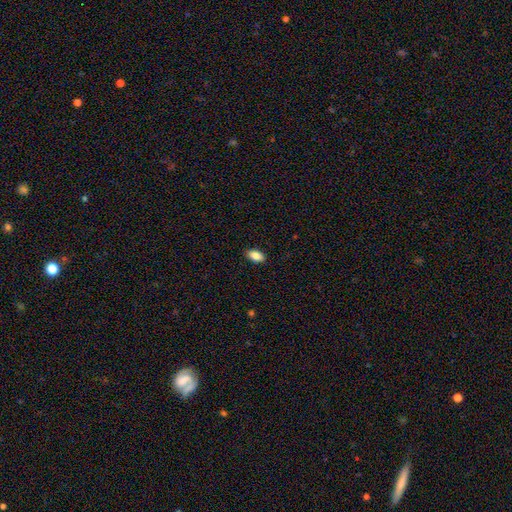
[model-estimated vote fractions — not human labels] Overall: smooth (85%). How rounded: in between (91%). Merging: none (89%).